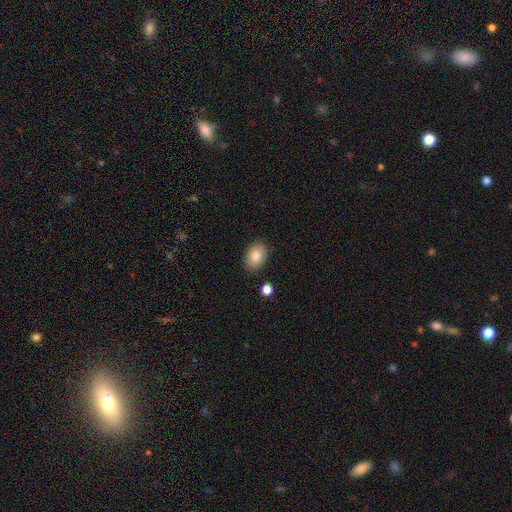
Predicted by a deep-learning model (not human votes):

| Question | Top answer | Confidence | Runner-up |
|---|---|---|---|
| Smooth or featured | smooth | 82% | featured or disk (11%) |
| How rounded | in between | 82% | round (17%) |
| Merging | none | 87% | minor disturbance (9%) |